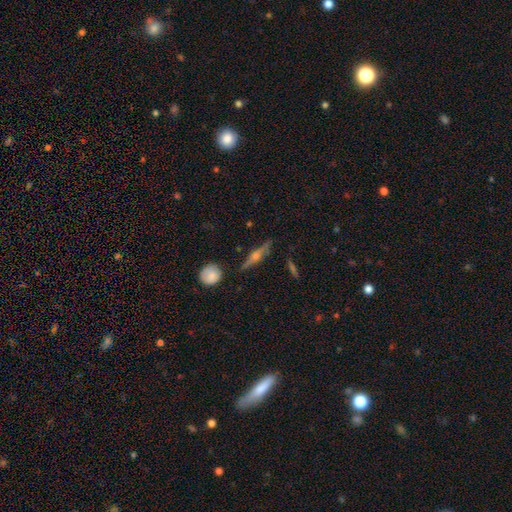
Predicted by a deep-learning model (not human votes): Morphology: type=featured or disk (71%); edge-on=yes (95%); edge-on bulge=rounded (89%); merging=none (84%).